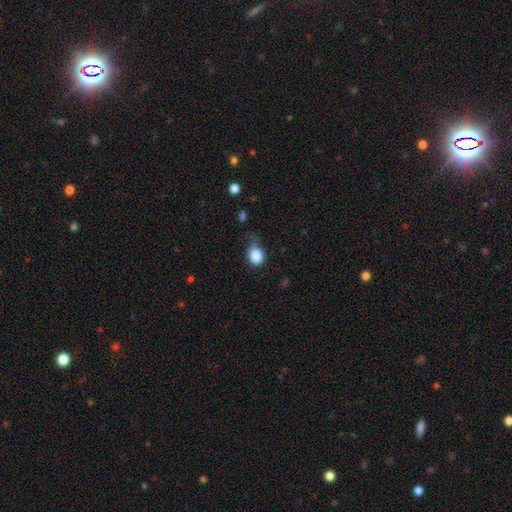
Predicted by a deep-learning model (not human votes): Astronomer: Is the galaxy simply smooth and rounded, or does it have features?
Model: smooth — 85%.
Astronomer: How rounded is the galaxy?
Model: in between — 50% (runner-up: round, 49%).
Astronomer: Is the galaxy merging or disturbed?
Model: none — 44% (runner-up: minor disturbance, 36%).